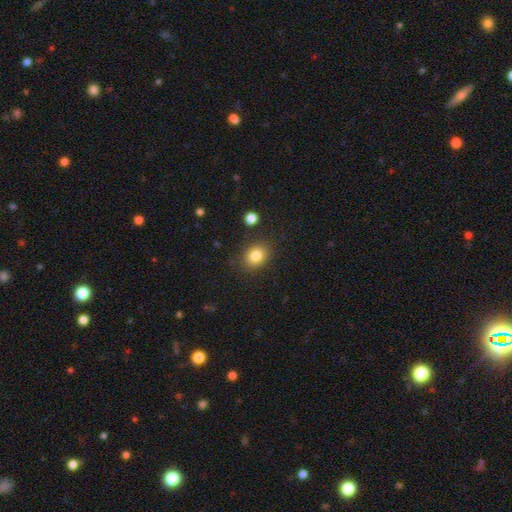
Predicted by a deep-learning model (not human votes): Smooth or featured?
  - smooth: 81% *
  - star or artifact: 10%
  - featured or disk: 8%
How rounded?
  - in between: 53% *
  - round: 46%
  - cigar-shaped: 1%
Merging?
  - none: 83% *
  - minor disturbance: 11%
  - major disturbance: 3%
  - merger: 3%